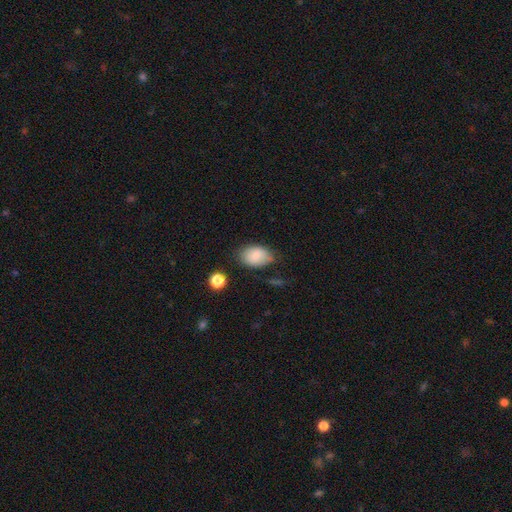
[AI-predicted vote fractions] Smooth or featured? smooth (86%)
How rounded? in between (86%)
Merging? none (68%)